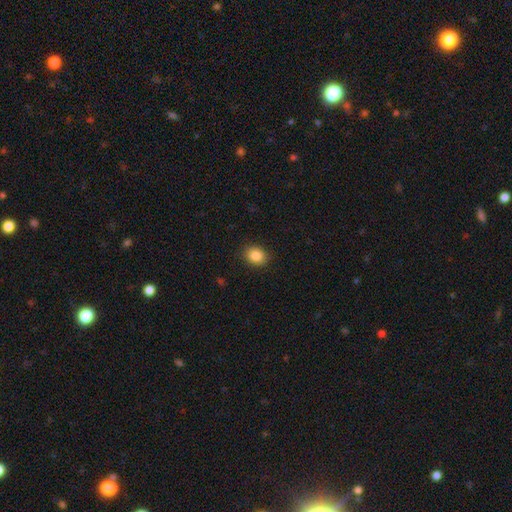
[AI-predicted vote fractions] A smooth galaxy with no disk features (86%) that is round (55%). Merging: none (89%).